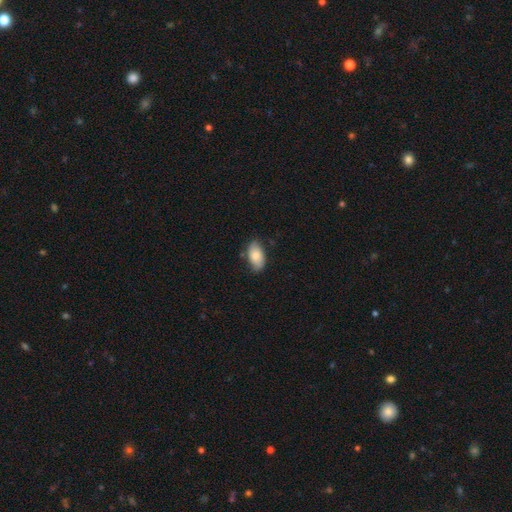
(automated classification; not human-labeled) This is likely a smooth galaxy (75%). How rounded: clearly in between (94%). Merging: likely none (74%).